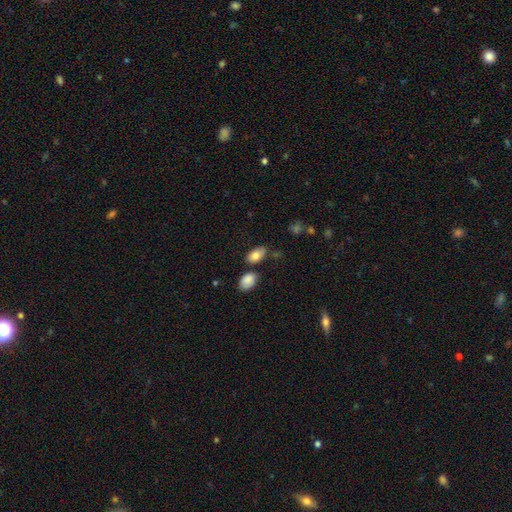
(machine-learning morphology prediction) A smooth galaxy with no disk features (82%) that is in between round and cigar-shaped (92%). Merging: none (69%).